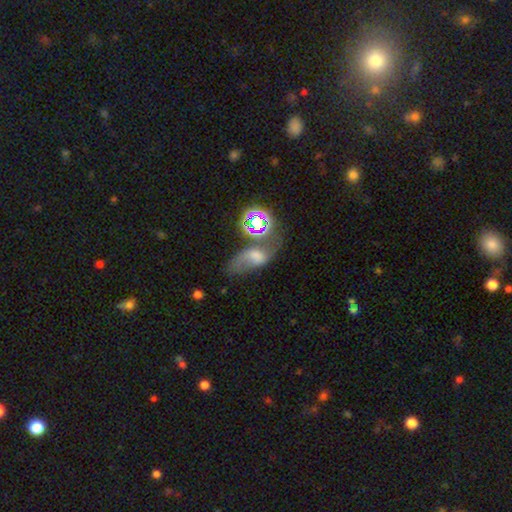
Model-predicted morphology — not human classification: A smooth galaxy with no disk features (44%).

Vote fractions:
- Smooth or featured? smooth: 44% / featured or disk: 34% / star or artifact: 22%
- Merging? none: 34% / major disturbance: 27% / minor disturbance: 22% / merger: 17%